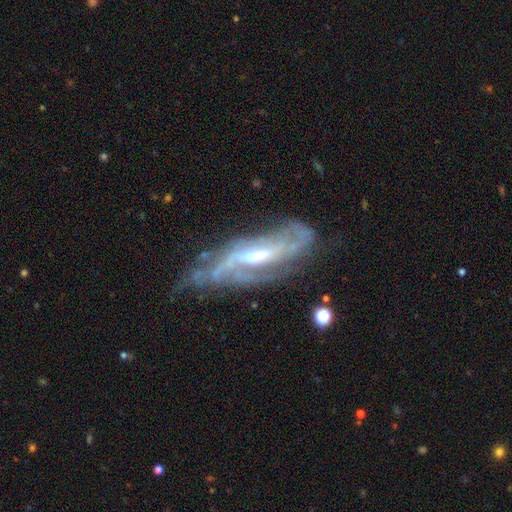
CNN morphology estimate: Smooth or featured: featured or disk — 83% (smooth — 10%)
Edge-on disk: no — 87% (yes — 13%)
Bar: weak — 41% (strong — 37%)
Spiral arms: yes — 89% (no — 11%)
Spiral winding: medium — 42% (loose — 34%)
Spiral arm count: 2 — 48% (can't tell — 25%)
Bulge size: small — 52% (moderate — 37%)
Merging: none — 45% (major disturbance — 25%)